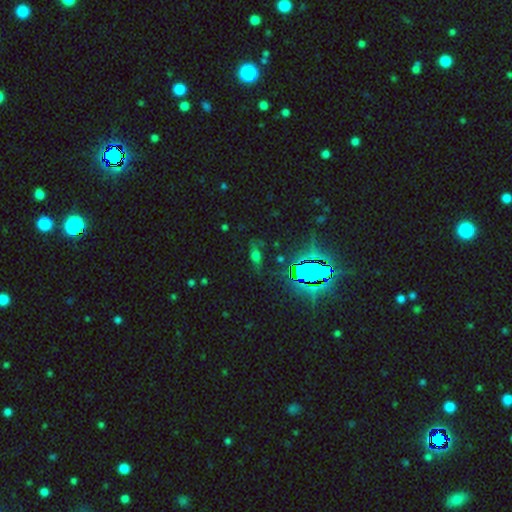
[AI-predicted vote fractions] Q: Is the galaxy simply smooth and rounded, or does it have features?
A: smooth — 38%.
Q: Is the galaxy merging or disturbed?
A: none — 68%.